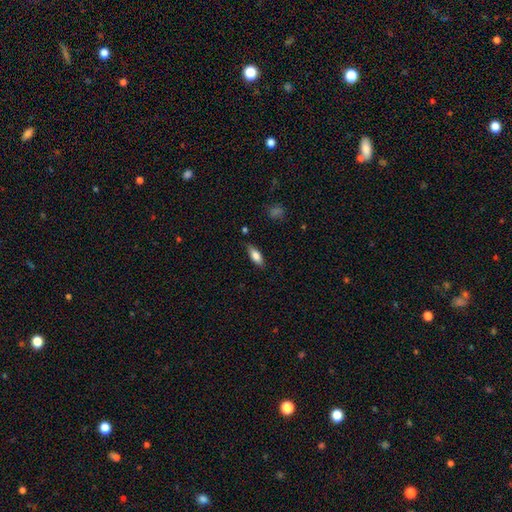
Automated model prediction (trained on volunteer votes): Smooth or featured? Predicted: smooth (p=0.81). How rounded? Predicted: in between (p=0.77). Merging? Predicted: none (p=0.79).